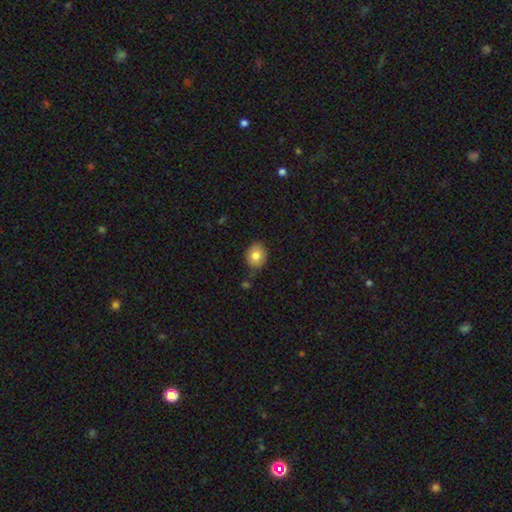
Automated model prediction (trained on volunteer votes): A smooth galaxy with no disk features (81%) that is round (64%). Merging: none (78%).